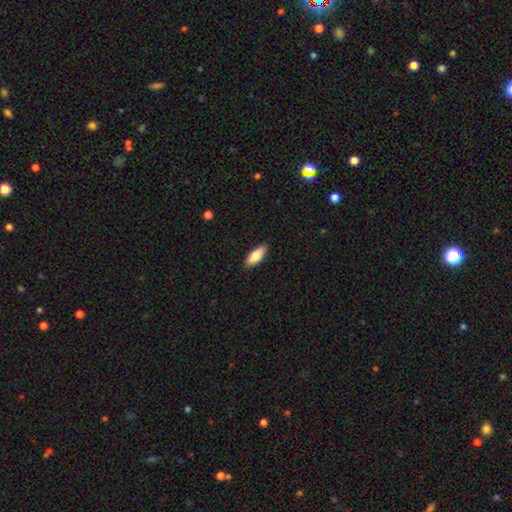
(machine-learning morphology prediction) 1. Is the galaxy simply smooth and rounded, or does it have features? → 81% smooth, 13% featured or disk, 6% star or artifact.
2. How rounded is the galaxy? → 71% in between, 27% cigar-shaped, 2% round.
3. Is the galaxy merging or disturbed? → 88% none, 9% minor disturbance, 2% major disturbance, 1% merger.